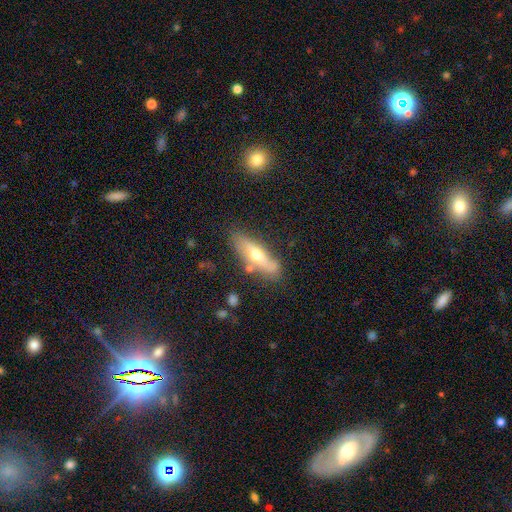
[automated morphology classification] Smooth or featured? smooth (50%)
Merging? none (73%)